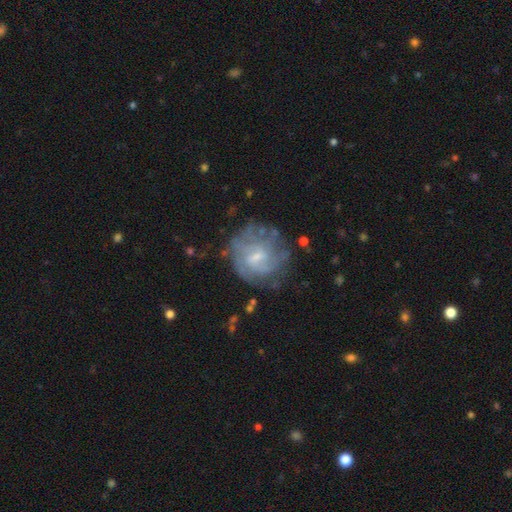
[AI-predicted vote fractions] Smooth or featured: featured or disk — 67% (smooth — 25%)
Edge-on disk: no — 98% (yes — 2%)
Bar: weak — 56% (no — 34%)
Spiral arms: yes — 71% (no — 29%)
Bulge size: small — 57% (moderate — 29%)
Merging: none — 65% (minor disturbance — 20%)